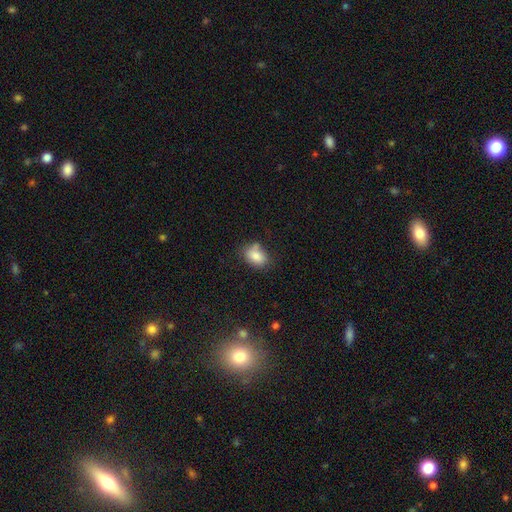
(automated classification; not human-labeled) smooth_or_featured: smooth (p=0.83) [alt: featured or disk p=0.09]
how_rounded: in between (p=0.79) [alt: round p=0.20]
merging: none (p=0.62) [alt: minor disturbance p=0.23]